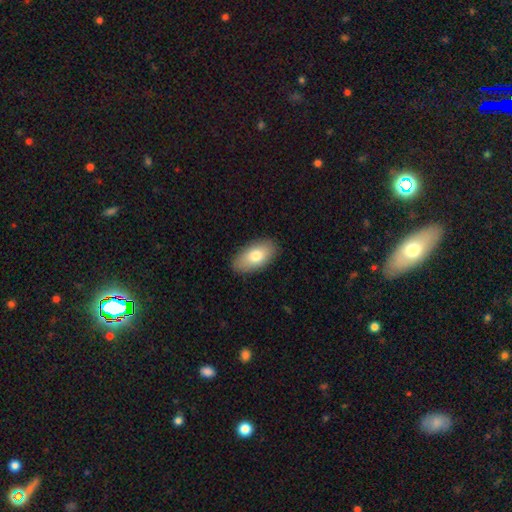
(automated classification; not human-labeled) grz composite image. It shows a smooth galaxy with no disk features (77%) that is in between round and cigar-shaped (93%). Merging: none (88%).